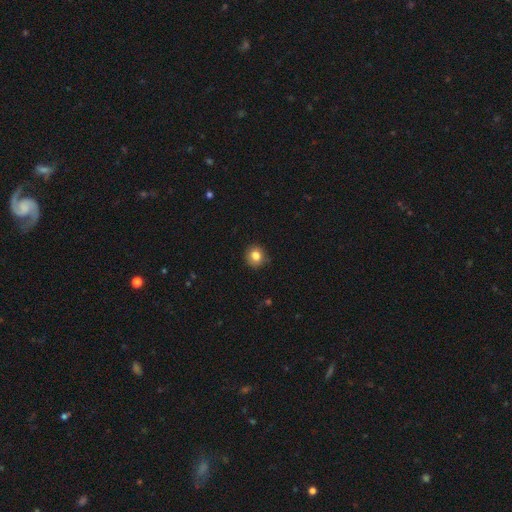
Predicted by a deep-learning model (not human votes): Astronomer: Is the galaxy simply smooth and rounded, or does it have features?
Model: smooth — 82%.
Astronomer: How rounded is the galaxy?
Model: round — 88%.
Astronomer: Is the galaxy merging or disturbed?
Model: none — 87%.